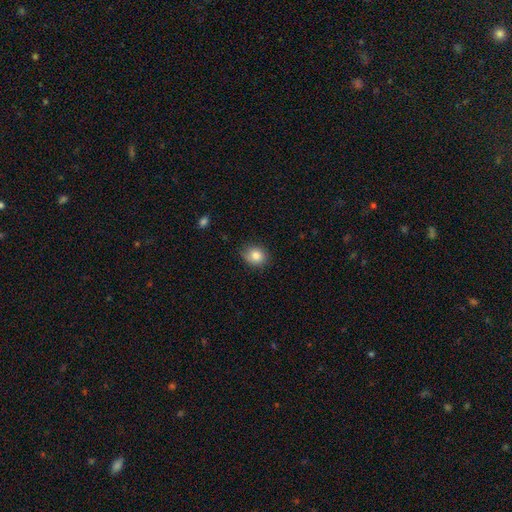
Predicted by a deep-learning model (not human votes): Q: Smooth or featured?
A: smooth (84%); runner-up: star or artifact (9%)
Q: How rounded?
A: round (60%); runner-up: in between (39%)
Q: Merging?
A: none (78%); runner-up: minor disturbance (18%)